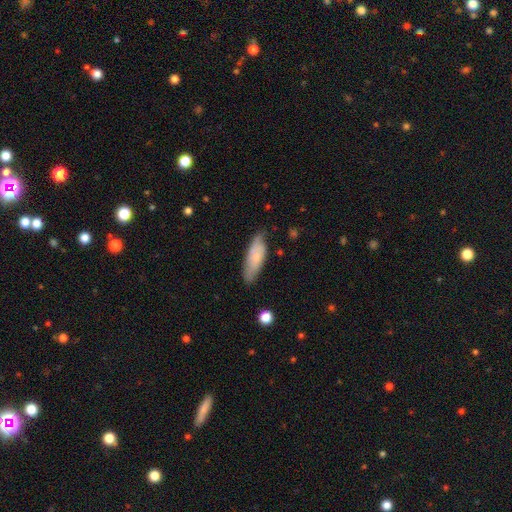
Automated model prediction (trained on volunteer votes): Q: Smooth or featured?
A: smooth (67%); runner-up: featured or disk (27%)
Q: How rounded?
A: in between (61%); runner-up: cigar-shaped (38%)
Q: Merging?
A: none (69%); runner-up: minor disturbance (25%)